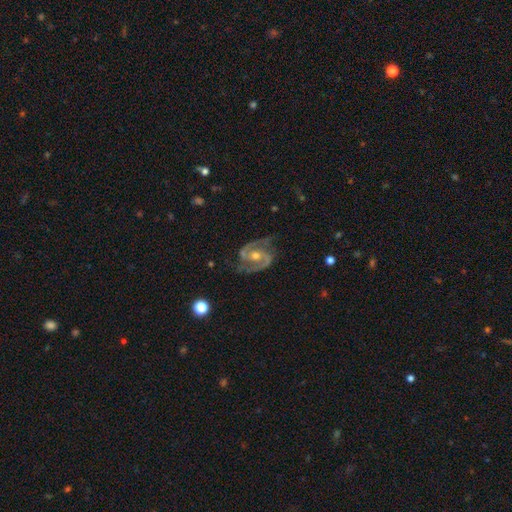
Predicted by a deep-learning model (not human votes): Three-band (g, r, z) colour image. It shows a featured or disk galaxy (93%) with no bar (43%), 2 (93%) medium (60%) spiral arms (98%) and a moderate central bulge (62%). Merging: none (77%).